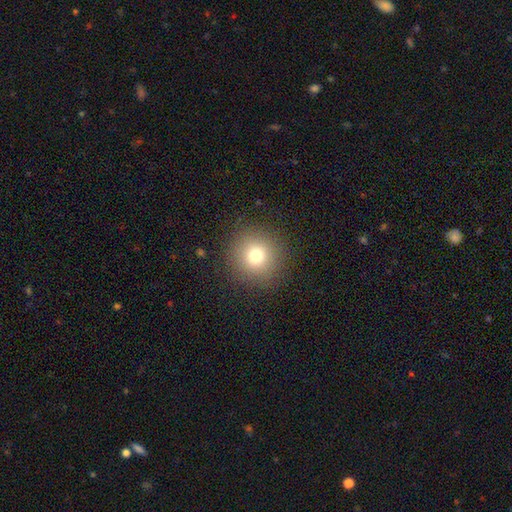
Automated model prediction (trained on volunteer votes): This is likely a smooth galaxy (76%). How rounded: clearly round (95%). Merging: clearly none (90%).